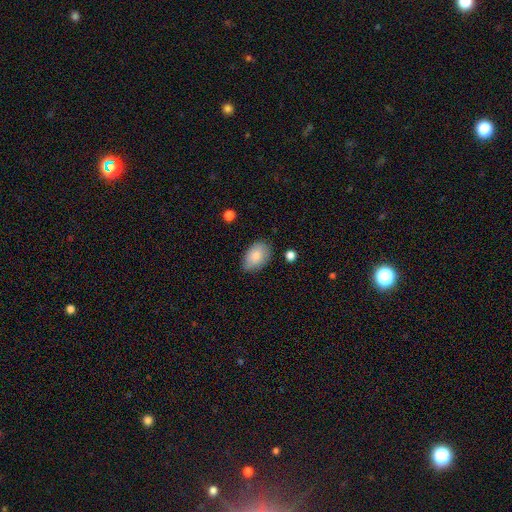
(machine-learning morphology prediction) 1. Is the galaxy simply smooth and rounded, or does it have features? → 84% smooth, 10% featured or disk, 7% star or artifact.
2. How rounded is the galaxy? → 89% in between, 10% round, 1% cigar-shaped.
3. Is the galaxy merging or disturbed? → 75% none, 20% minor disturbance, 3% major disturbance, 2% merger.